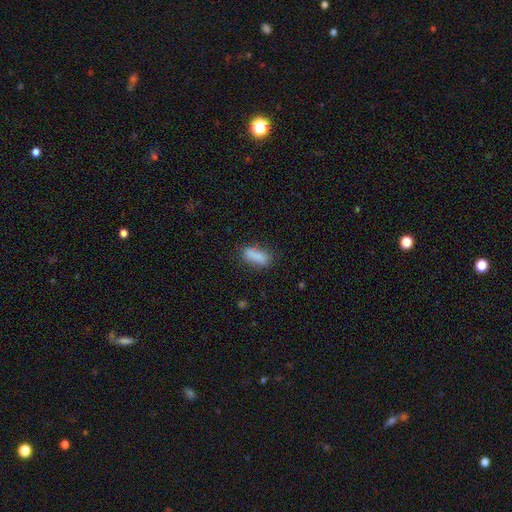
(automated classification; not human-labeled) Smooth or featured: smooth — 84% (star or artifact — 8%)
How rounded: in between — 72% (cigar-shaped — 25%)
Merging: none — 70% (minor disturbance — 19%)